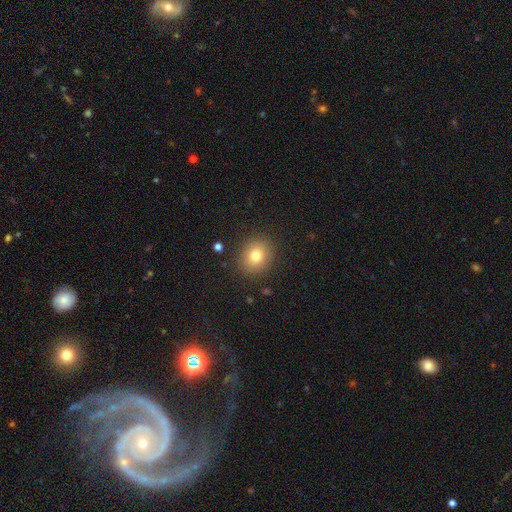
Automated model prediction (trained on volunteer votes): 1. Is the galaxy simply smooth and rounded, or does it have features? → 78% smooth, 12% star or artifact, 10% featured or disk.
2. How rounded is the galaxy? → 75% round, 25% in between, 1% cigar-shaped.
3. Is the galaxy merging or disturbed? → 88% none, 7% minor disturbance, 3% major disturbance, 1% merger.